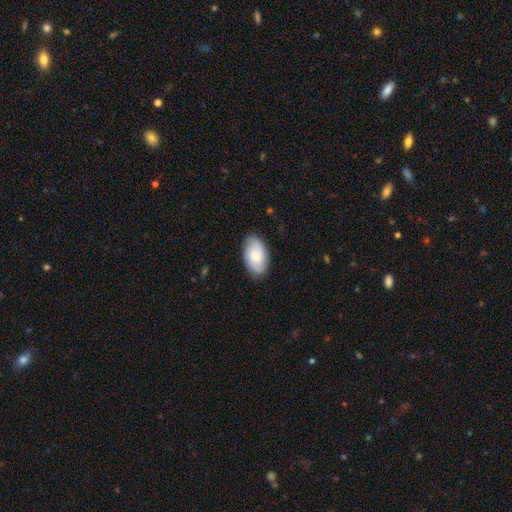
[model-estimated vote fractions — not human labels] A smooth galaxy with no disk features (58%) that is in between round and cigar-shaped (93%).

Vote fractions:
- Smooth or featured? smooth: 58% / featured or disk: 36% / star or artifact: 6%
- How rounded? in between: 93% / round: 5% / cigar-shaped: 2%
- Merging? none: 85% / minor disturbance: 12% / major disturbance: 3% / merger: 1%